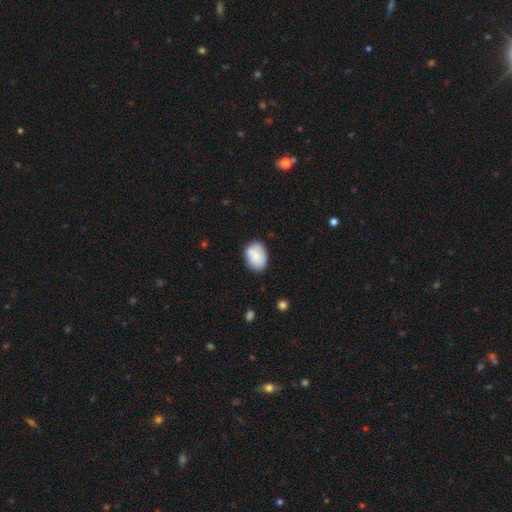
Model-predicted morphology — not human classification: The model was most divided on "merging": none: 69%, minor disturbance: 22%, major disturbance: 5%, merger: 5%. More confident: how rounded — in between (76%); smooth or featured — smooth (74%).